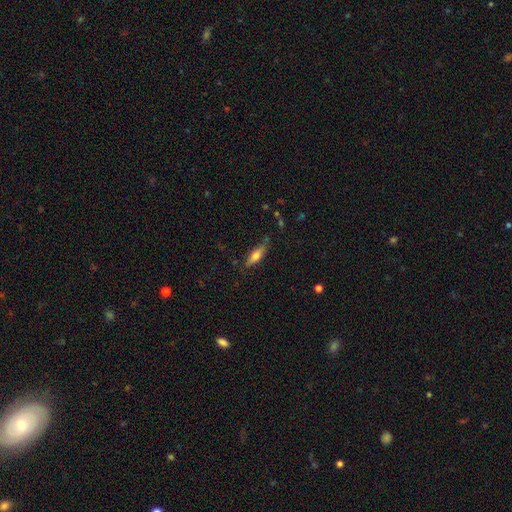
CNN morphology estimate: Overall: smooth (66%; featured or disk 28%). How rounded: in between (50%; cigar-shaped 47%). Merging: none (74%).